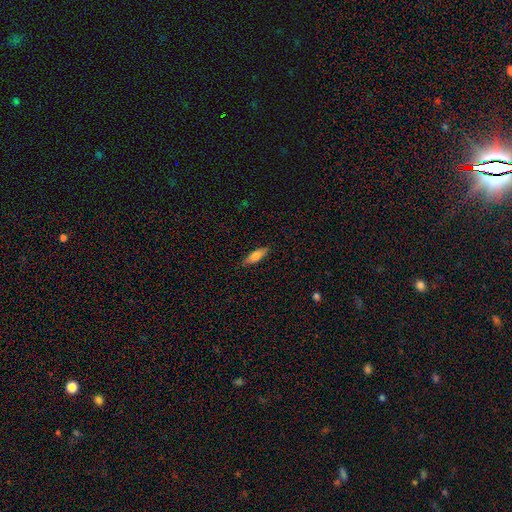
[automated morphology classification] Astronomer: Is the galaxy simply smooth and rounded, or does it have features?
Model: smooth — 76%.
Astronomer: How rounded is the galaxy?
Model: in between — 52% (runner-up: cigar-shaped, 46%).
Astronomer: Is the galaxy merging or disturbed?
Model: none — 85%.